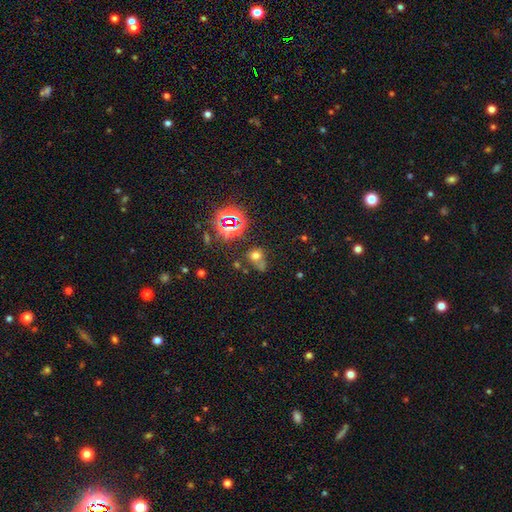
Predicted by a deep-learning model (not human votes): Smooth or featured? Predicted: smooth (p=0.56). How rounded? Predicted: round (p=0.57). Merging? Predicted: none (p=0.45).